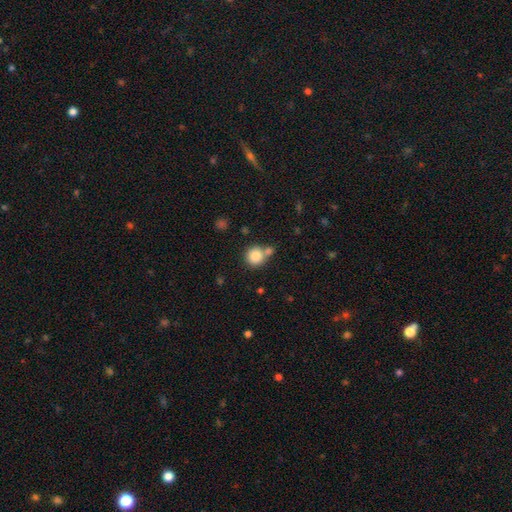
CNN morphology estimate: Smooth or featured: smooth — 84% (star or artifact — 10%)
How rounded: round — 91% (in between — 8%)
Merging: none — 60% (merger — 27%)